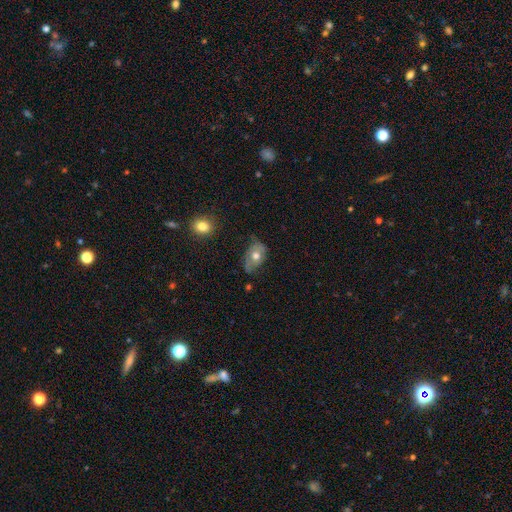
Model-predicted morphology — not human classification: Q: Smooth or featured?
A: smooth (56%); runner-up: featured or disk (36%)
Q: How rounded?
A: in between (84%); runner-up: round (14%)
Q: Merging?
A: none (44%); runner-up: minor disturbance (38%)